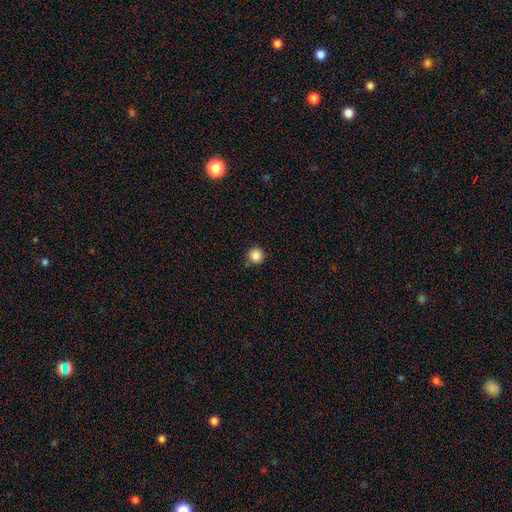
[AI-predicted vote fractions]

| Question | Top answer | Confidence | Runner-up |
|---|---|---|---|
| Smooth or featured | smooth | 86% | star or artifact (11%) |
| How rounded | round | 96% | in between (3%) |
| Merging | none | 86% | minor disturbance (9%) |